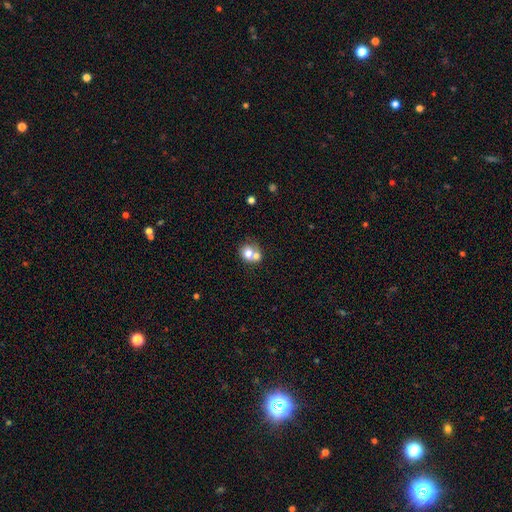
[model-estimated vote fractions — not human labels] Smooth or featured: smooth — 70% (featured or disk — 21%)
How rounded: round — 72% (in between — 27%)
Merging: merger — 62% (none — 28%)